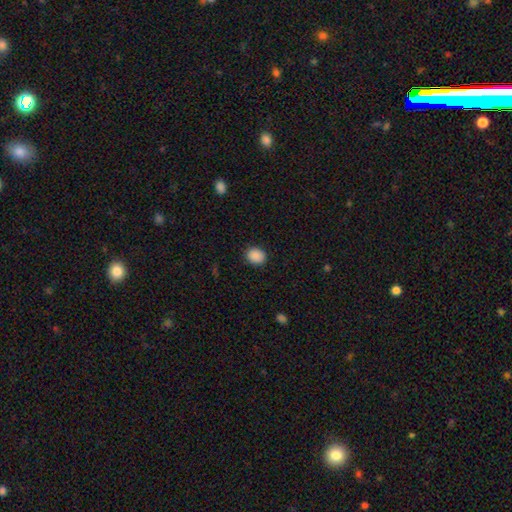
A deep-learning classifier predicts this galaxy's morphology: Q: Smooth or featured?
A: smooth (88%); runner-up: star or artifact (8%)
Q: How rounded?
A: round (60%); runner-up: in between (39%)
Q: Merging?
A: none (89%); runner-up: minor disturbance (8%)